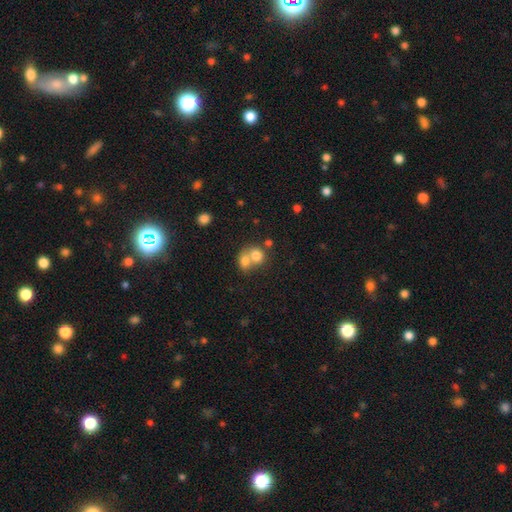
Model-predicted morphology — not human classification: This appears to be a smooth galaxy with no disk features (76%) that is round (67%). Merging: merger (66%).